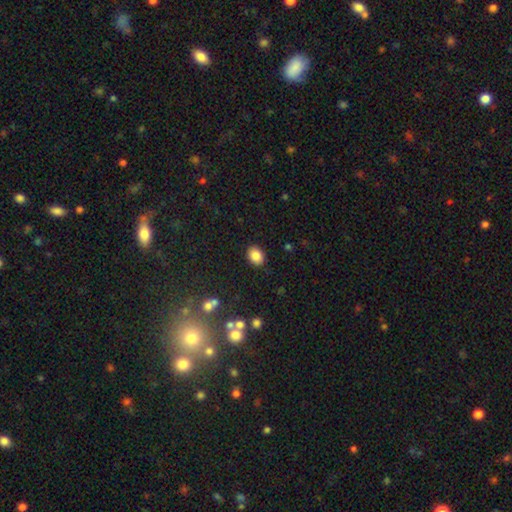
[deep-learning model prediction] smooth_or_featured: smooth (p=0.86) [alt: star or artifact p=0.09]
how_rounded: in between (p=0.71) [alt: round p=0.28]
merging: none (p=0.88) [alt: minor disturbance p=0.08]